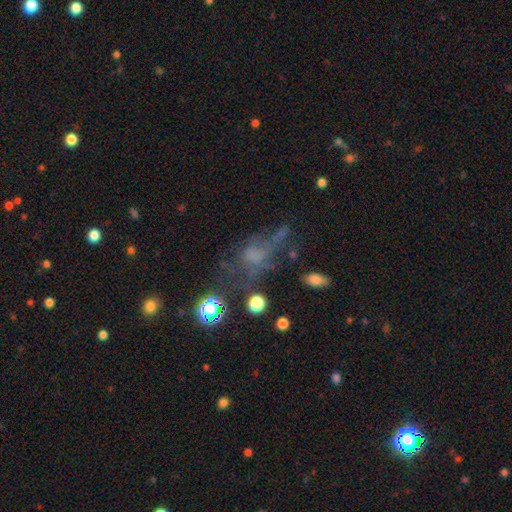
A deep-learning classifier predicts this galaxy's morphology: smooth-or-featured: smooth: 40% | featured or disk: 34% | star or artifact: 26%
  merging: none: 38% | major disturbance: 35% | minor disturbance: 20% | merger: 8%